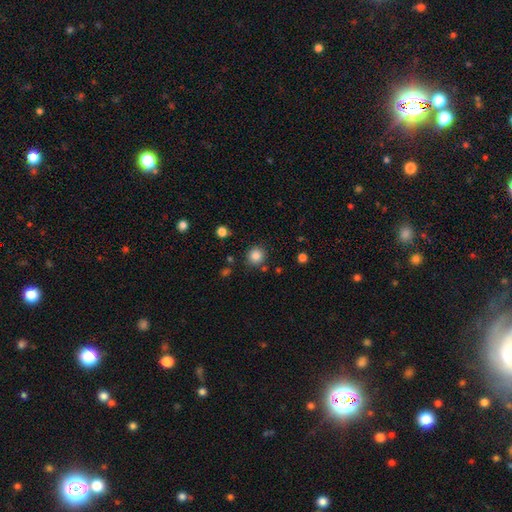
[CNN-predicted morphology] Overall: smooth (85%). How rounded: round (91%). Merging: none (84%).